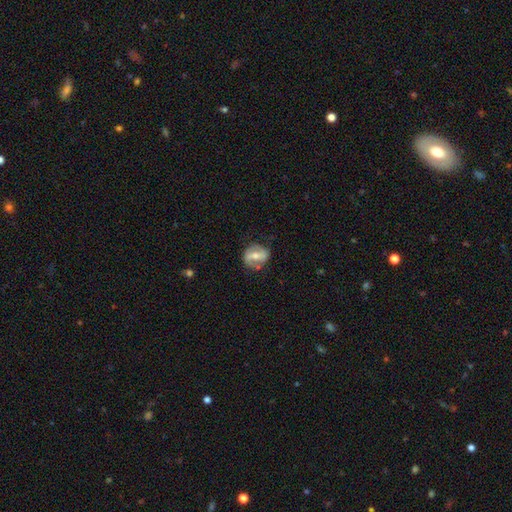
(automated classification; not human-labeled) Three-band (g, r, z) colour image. It shows a featured or disk galaxy (59%) with a strong bar (51%), spiral arms (59%) and a moderate central bulge (62%). Merging: none (67%).